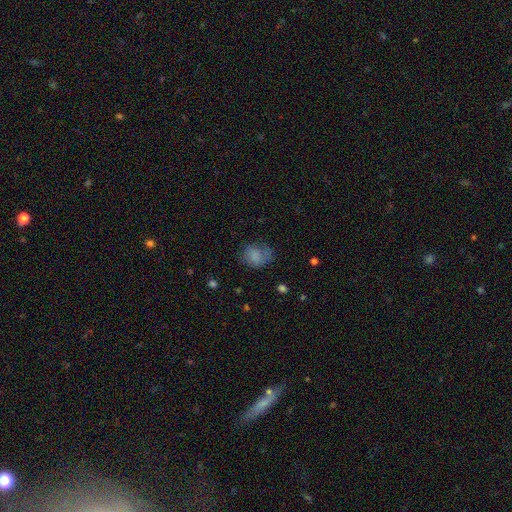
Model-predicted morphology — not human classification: A smooth galaxy with no disk features (77%) that is in between round and cigar-shaped (52%). Merging: none (53%).